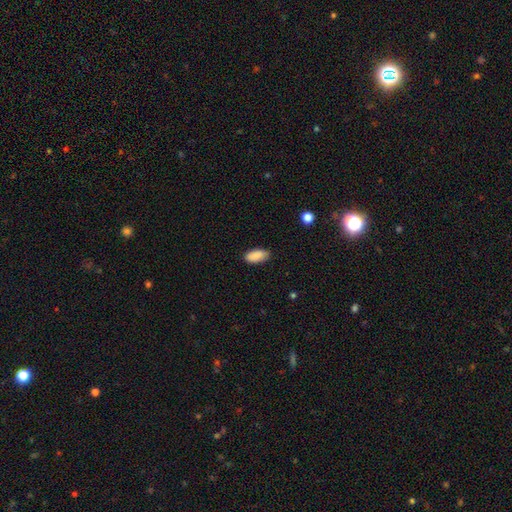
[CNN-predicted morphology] This is clearly a smooth galaxy (89%). How rounded: clearly in between (91%). Merging: clearly none (83%).